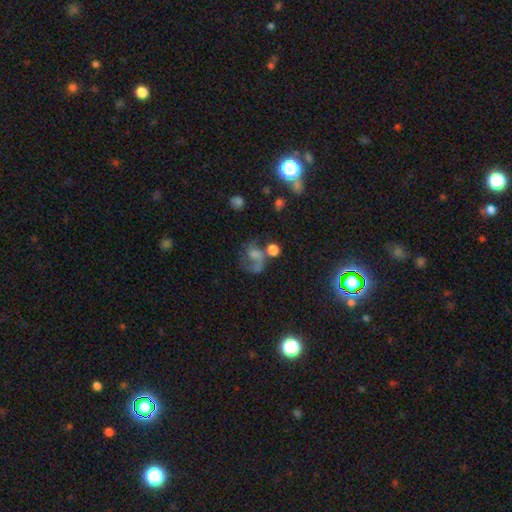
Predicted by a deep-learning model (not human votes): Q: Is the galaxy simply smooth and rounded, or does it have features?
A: featured or disk — 48%.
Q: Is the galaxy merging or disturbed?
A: major disturbance — 34%.